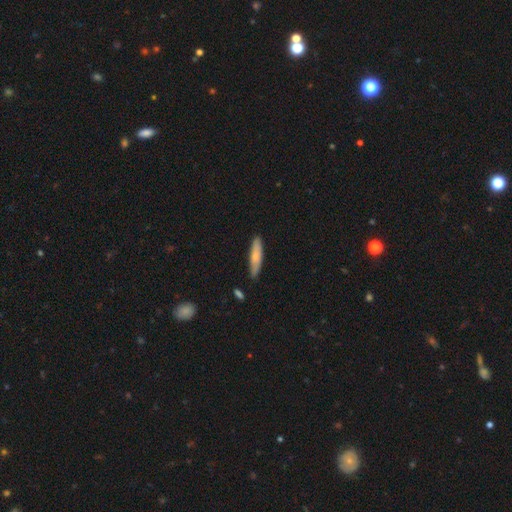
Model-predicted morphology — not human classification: A smooth galaxy with no disk features (72%) that is cigar-shaped (79%). Merging: none (84%).